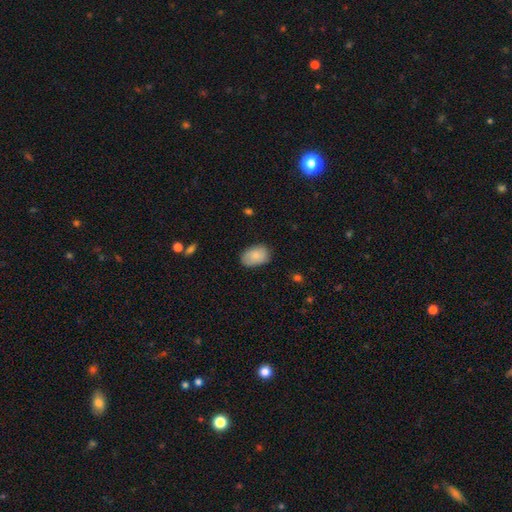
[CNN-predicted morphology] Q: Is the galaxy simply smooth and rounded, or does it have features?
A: smooth — 83%.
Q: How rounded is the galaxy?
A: in between — 87%.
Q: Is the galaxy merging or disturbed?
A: none — 76%.